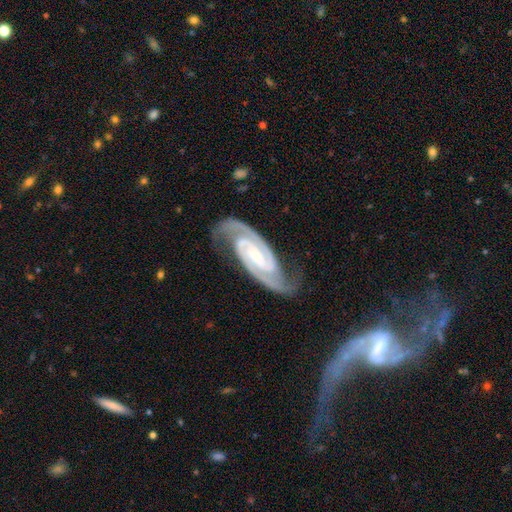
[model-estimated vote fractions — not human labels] Smooth or featured: featured or disk — 94% (star or artifact — 4%)
Edge-on disk: no — 97% (yes — 3%)
Bar: weak — 39% (strong — 35%)
Spiral arms: yes — 99% (no — 1%)
Spiral winding: tight — 55% (medium — 40%)
Spiral arm count: 2 — 93% (3 — 2%)
Bulge size: small — 65% (moderate — 21%)
Merging: none — 81% (minor disturbance — 14%)